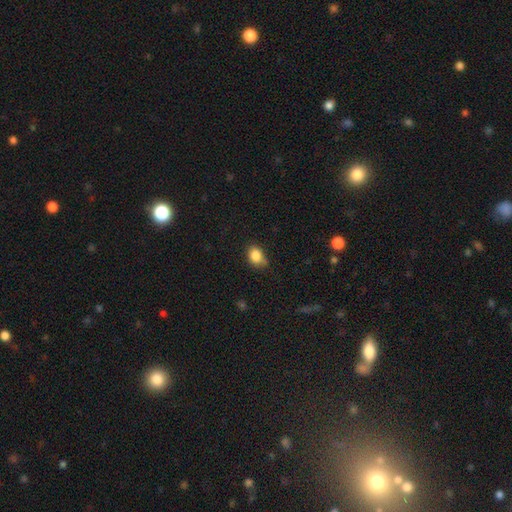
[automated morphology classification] Q: Smooth or featured?
A: smooth (85%); runner-up: star or artifact (9%)
Q: How rounded?
A: in between (59%); runner-up: round (40%)
Q: Merging?
A: none (60%); runner-up: minor disturbance (31%)